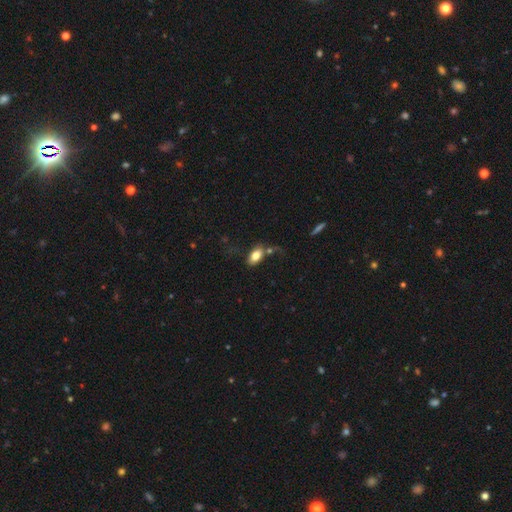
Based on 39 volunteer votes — smooth 74%, featured or disk 15%, star or artifact 10%. Down the decision tree: how rounded — in between (86%); merging — none (43%).